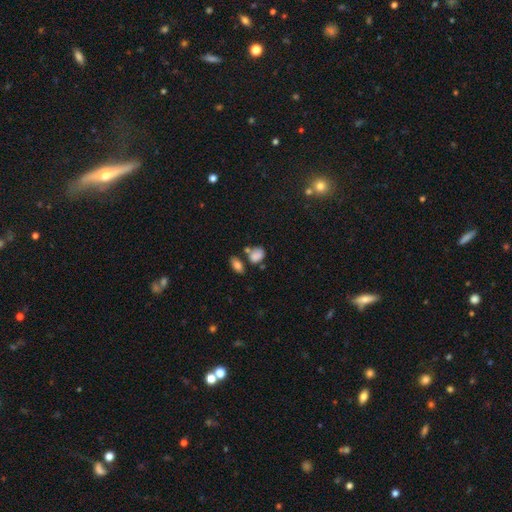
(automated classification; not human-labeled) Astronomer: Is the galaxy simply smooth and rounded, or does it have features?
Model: smooth — 81%.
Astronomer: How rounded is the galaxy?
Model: in between — 75%.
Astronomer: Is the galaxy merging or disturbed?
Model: none — 44% (runner-up: merger, 29%).